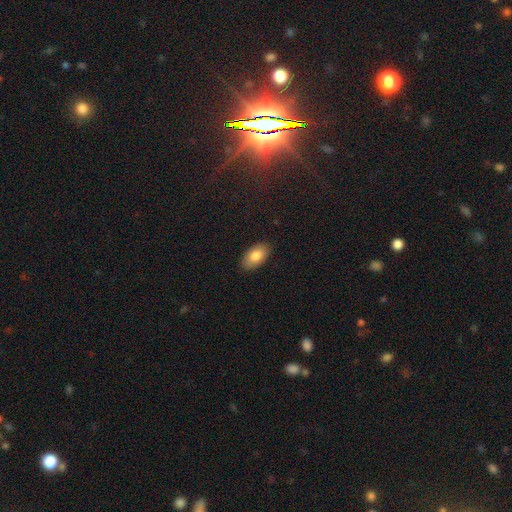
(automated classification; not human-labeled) Smooth or featured? smooth (84%)
How rounded? in between (94%)
Merging? none (87%)